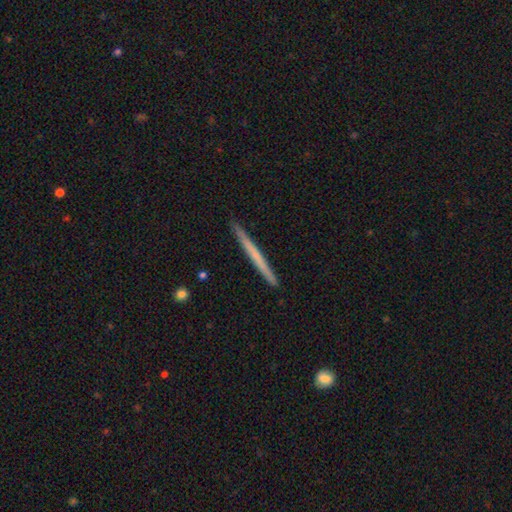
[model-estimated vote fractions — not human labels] Morphology: type=smooth (50%); roundness=cigar-shaped (97%); merging=none (92%).